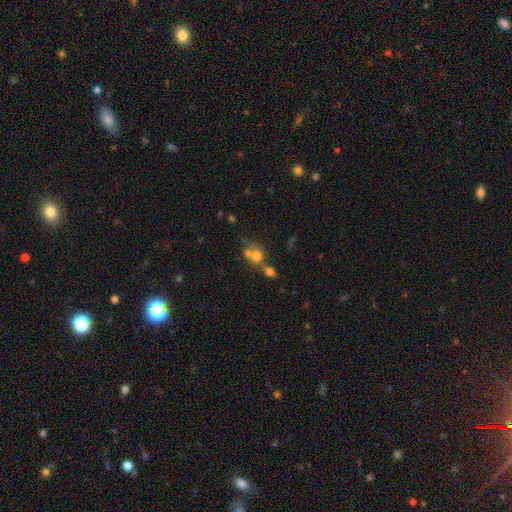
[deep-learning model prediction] smooth_or_featured: smooth (p=0.67) [alt: featured or disk p=0.19]
how_rounded: round (p=0.64) [alt: in between p=0.35]
merging: merger (p=0.58) [alt: none p=0.26]